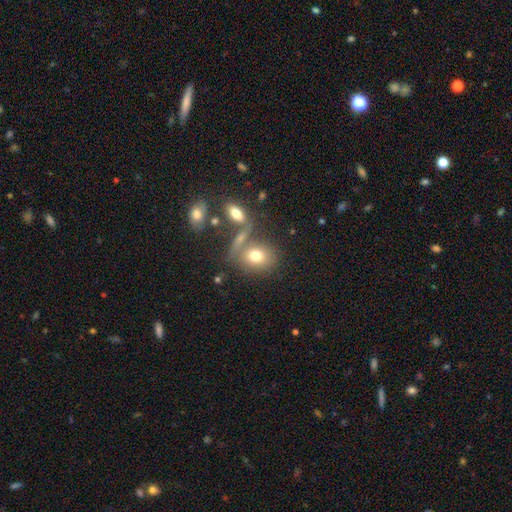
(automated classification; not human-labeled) Smooth or featured?
  - smooth: 74% *
  - featured or disk: 15%
  - star or artifact: 11%
How rounded?
  - in between: 54% *
  - round: 43%
  - cigar-shaped: 2%
Merging?
  - none: 51% *
  - merger: 30%
  - minor disturbance: 12%
  - major disturbance: 7%